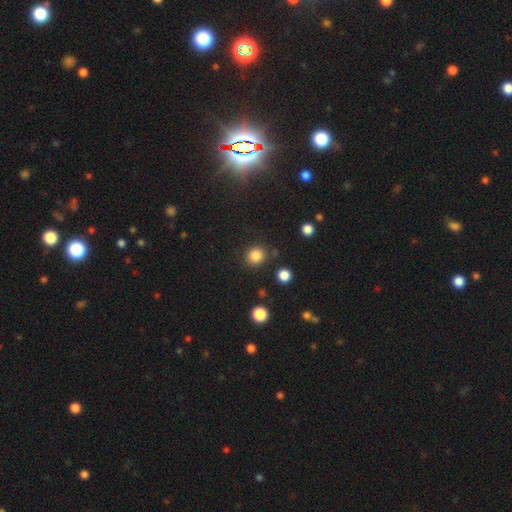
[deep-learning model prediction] This appears to be a smooth galaxy with no disk features (84%) that is round (87%). Merging: none (86%).